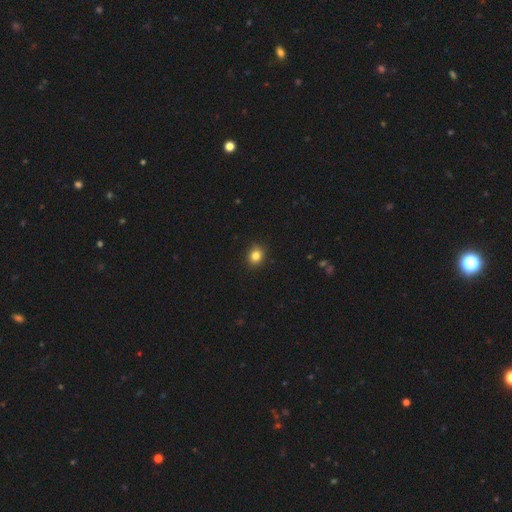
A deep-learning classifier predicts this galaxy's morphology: Q: Smooth or featured?
A: smooth (83%); runner-up: star or artifact (12%)
Q: How rounded?
A: round (66%); runner-up: in between (33%)
Q: Merging?
A: none (88%); runner-up: minor disturbance (9%)